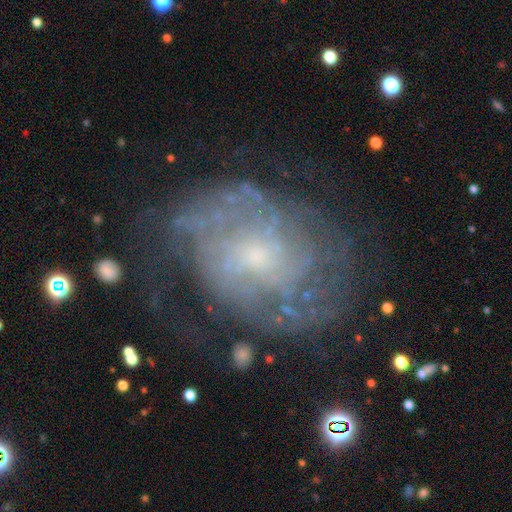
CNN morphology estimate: Overall: featured or disk (79%). Edge-on disk: no (97%). Bar: no (68%). Spiral arms: yes (84%). Spiral arm count: can't tell (46%; 2 23%). Spiral winding: tight (50%; medium 35%). Bulge size: small (65%; moderate 25%). Merging: none (64%).